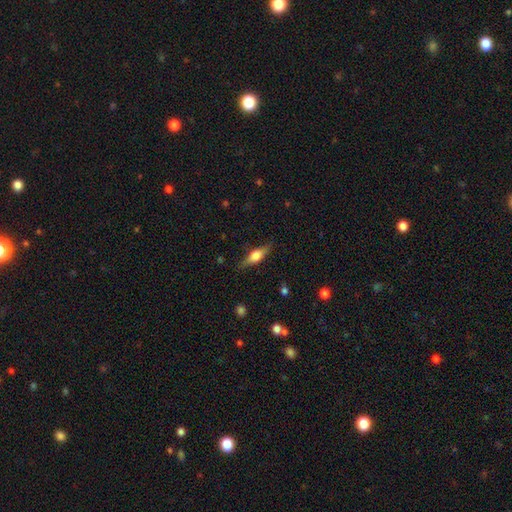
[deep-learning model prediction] Q: Smooth or featured?
A: featured or disk (52%); runner-up: smooth (42%)
Q: Edge-on disk?
A: yes (93%); runner-up: no (7%)
Q: Merging?
A: none (83%); runner-up: minor disturbance (13%)